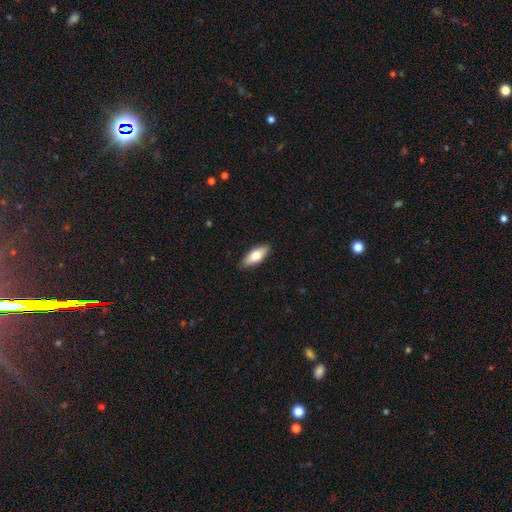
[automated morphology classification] A smooth galaxy with no disk features (72%) that is in between round and cigar-shaped (73%). Merging: none (89%).